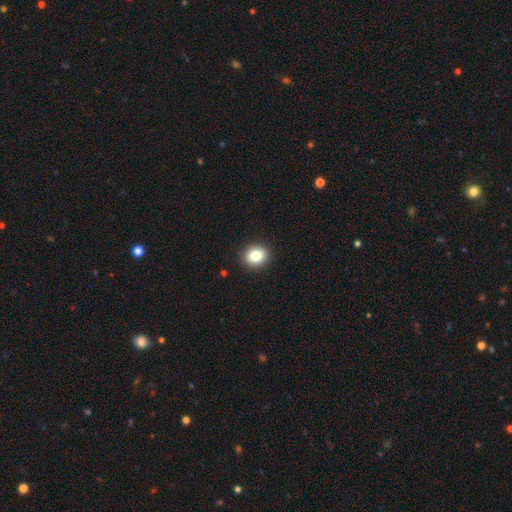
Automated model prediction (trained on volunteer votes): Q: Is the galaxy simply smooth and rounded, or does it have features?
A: smooth — 83%.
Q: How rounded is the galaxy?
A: round — 61%.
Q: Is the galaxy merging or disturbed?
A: none — 91%.